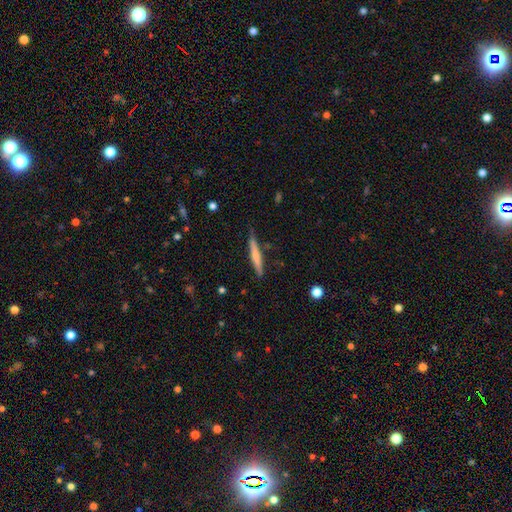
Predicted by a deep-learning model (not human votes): Smooth or featured? Predicted: smooth (p=0.53). How rounded? Predicted: cigar-shaped (p=0.94). Merging? Predicted: none (p=0.79).